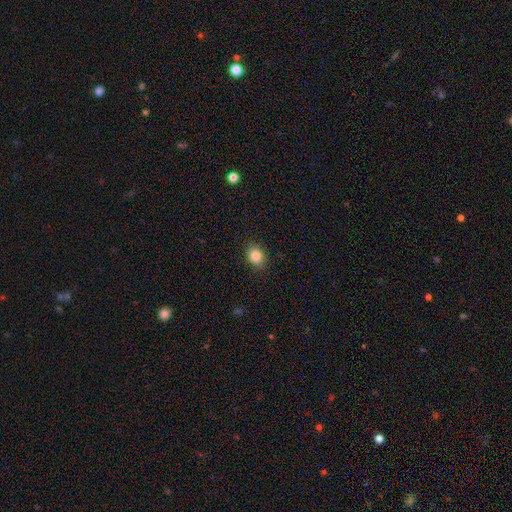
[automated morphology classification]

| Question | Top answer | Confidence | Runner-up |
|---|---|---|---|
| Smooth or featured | smooth | 85% | star or artifact (10%) |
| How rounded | round | 52% | in between (47%) |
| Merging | none | 88% | minor disturbance (9%) |